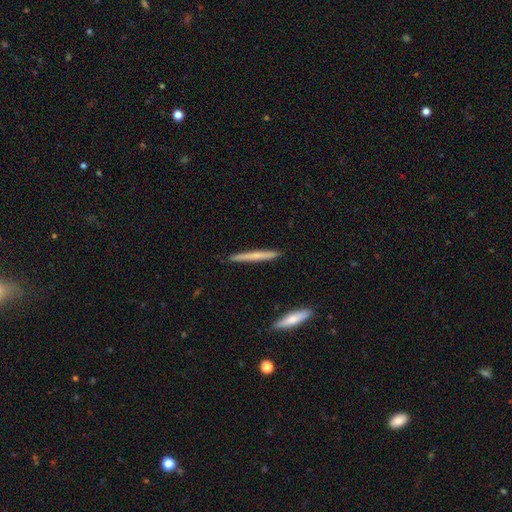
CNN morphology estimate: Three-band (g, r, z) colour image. It shows a smooth galaxy with no disk features (55%) that is cigar-shaped (96%). Merging: none (89%).